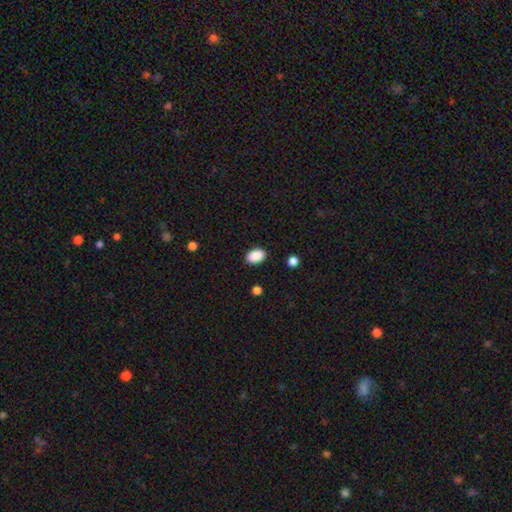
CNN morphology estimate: Q: Smooth or featured?
A: smooth (90%); runner-up: star or artifact (7%)
Q: How rounded?
A: in between (87%); runner-up: round (12%)
Q: Merging?
A: none (88%); runner-up: minor disturbance (9%)